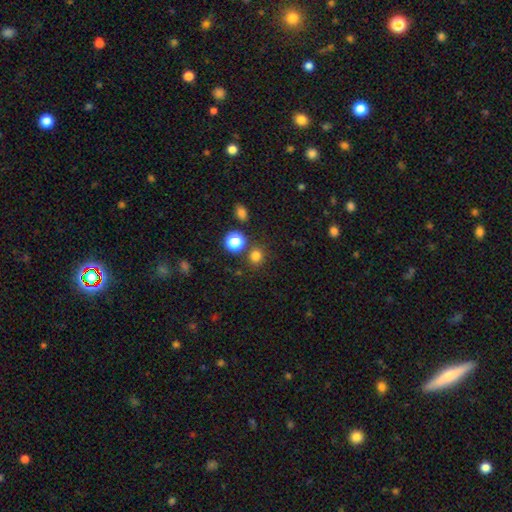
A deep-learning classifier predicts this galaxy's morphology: A smooth galaxy with no disk features (78%) that is round (87%). Merging: none (83%).